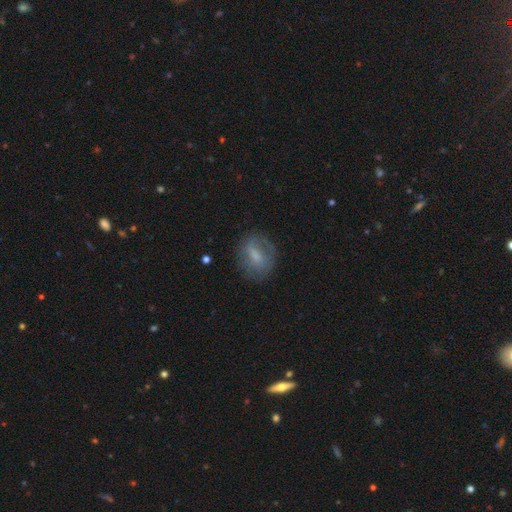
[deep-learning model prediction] smooth 51%, featured or disk 39%, star or artifact 9%. Down the decision tree: how rounded — in between (56%); merging — none (67%).